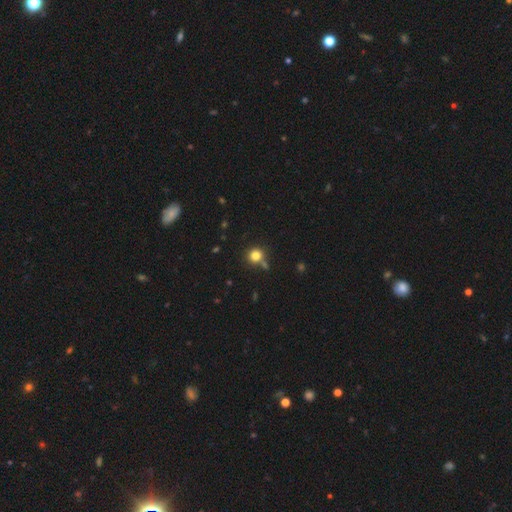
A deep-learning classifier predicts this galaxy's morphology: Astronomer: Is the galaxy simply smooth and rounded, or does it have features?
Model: smooth — 80%.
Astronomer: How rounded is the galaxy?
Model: round — 91%.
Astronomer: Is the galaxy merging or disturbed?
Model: none — 73%.